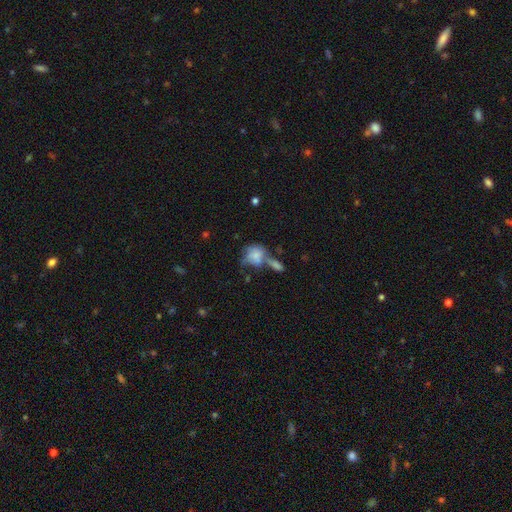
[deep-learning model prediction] smooth-or-featured: smooth: 72% | featured or disk: 20% | star or artifact: 9%
  how-rounded: round: 54% | in between: 44% | cigar-shaped: 3%
  merging: merger: 41% | none: 29% | minor disturbance: 17% | major disturbance: 14%